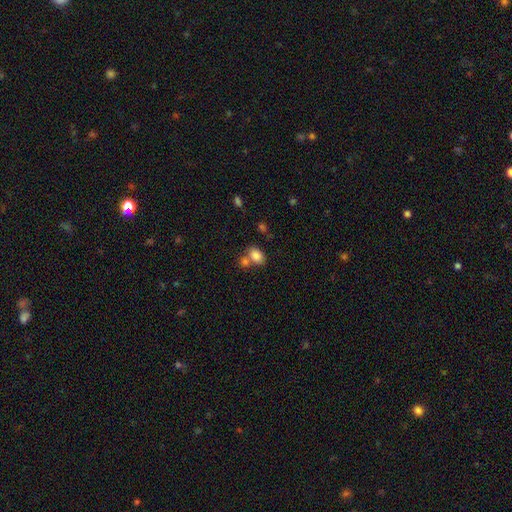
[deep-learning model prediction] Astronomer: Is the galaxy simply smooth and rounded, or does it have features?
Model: smooth — 83%.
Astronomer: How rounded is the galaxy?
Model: in between — 77%.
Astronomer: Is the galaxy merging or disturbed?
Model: none — 51% (runner-up: merger, 34%).